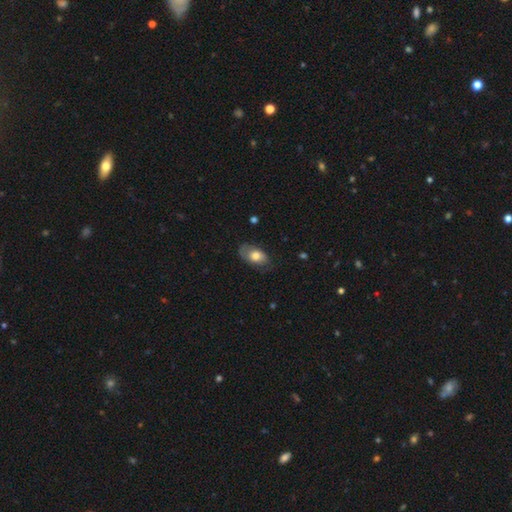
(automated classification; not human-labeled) A smooth galaxy with no disk features (66%) that is in between round and cigar-shaped (89%).

Vote fractions:
- Smooth or featured? smooth: 66% / featured or disk: 27% / star or artifact: 7%
- How rounded? in between: 89% / round: 9% / cigar-shaped: 2%
- Merging? none: 63% / minor disturbance: 27% / major disturbance: 9% / merger: 1%